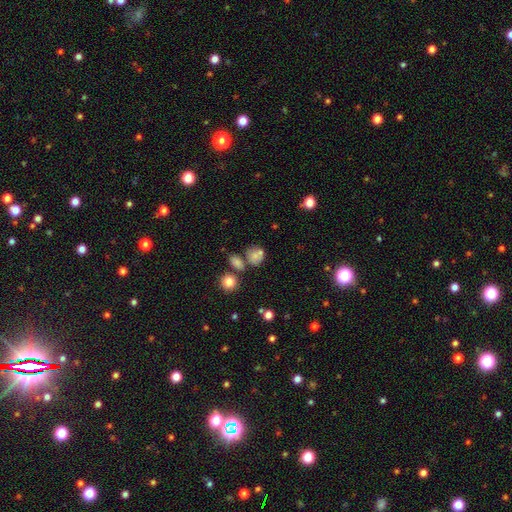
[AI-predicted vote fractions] This is likely a smooth galaxy (69%). How rounded: likely round (69%). Merging: possibly none (46%).